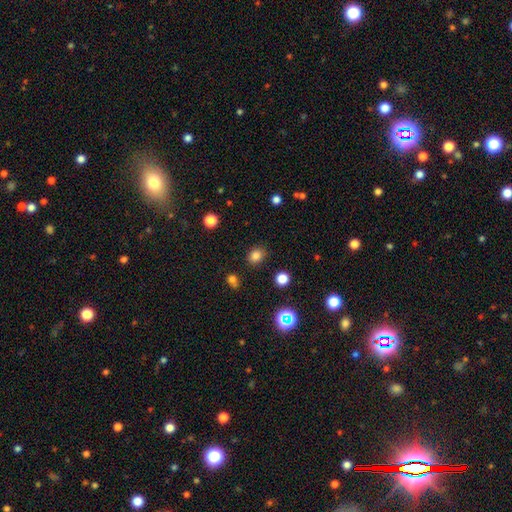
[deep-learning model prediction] Smooth or featured? smooth (80%)
How rounded? round (56%)
Merging? none (86%)